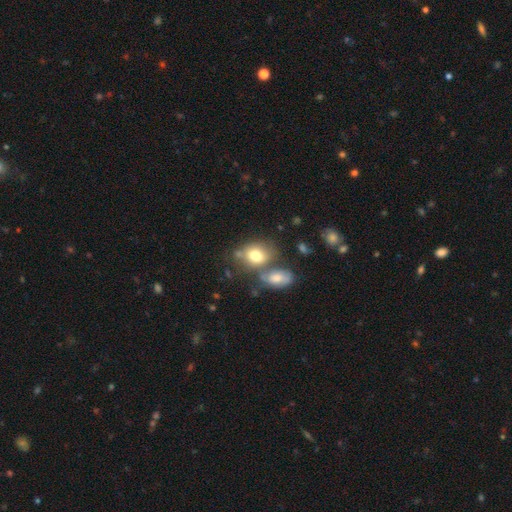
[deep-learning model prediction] Smooth or featured: smooth — 75% (featured or disk — 16%)
How rounded: in between — 57% (round — 42%)
Merging: none — 42% (merger — 37%)